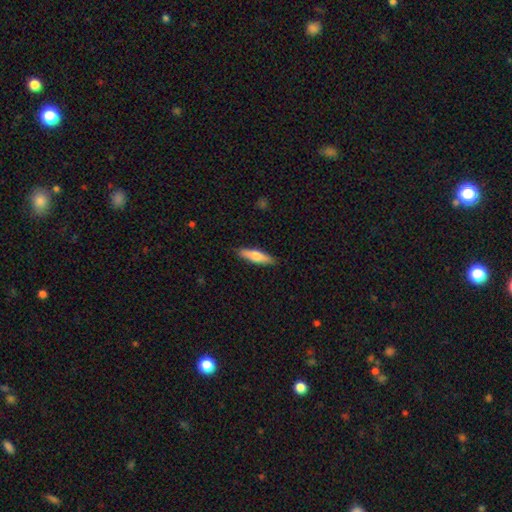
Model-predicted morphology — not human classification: This is likely a smooth galaxy (62%). How rounded: likely cigar-shaped (72%). Merging: clearly none (89%).